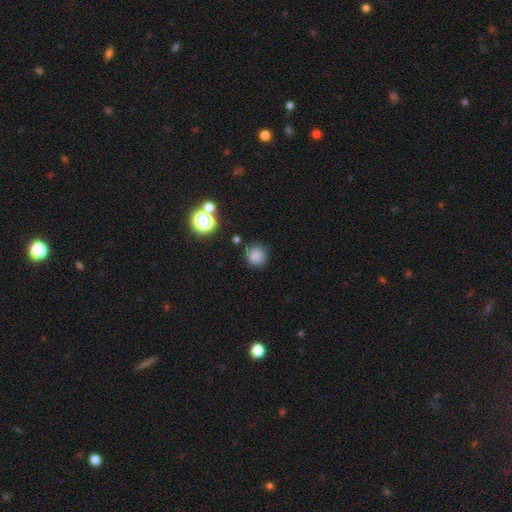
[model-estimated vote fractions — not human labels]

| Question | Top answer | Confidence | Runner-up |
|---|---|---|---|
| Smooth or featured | smooth | 82% | star or artifact (13%) |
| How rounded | round | 93% | in between (6%) |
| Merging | none | 84% | minor disturbance (10%) |